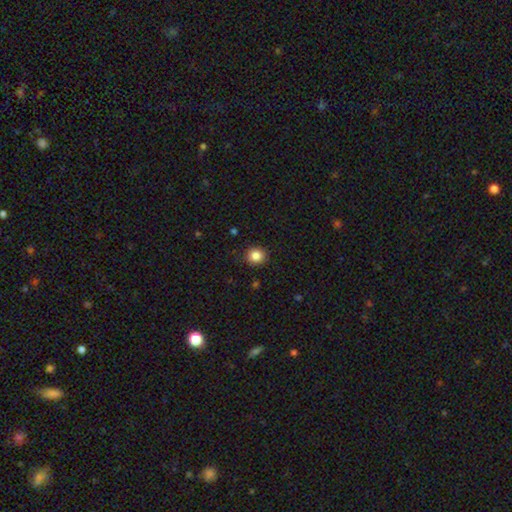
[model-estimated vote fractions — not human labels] Smooth or featured? Predicted: smooth (p=0.86). How rounded? Predicted: round (p=0.88). Merging? Predicted: none (p=0.90).